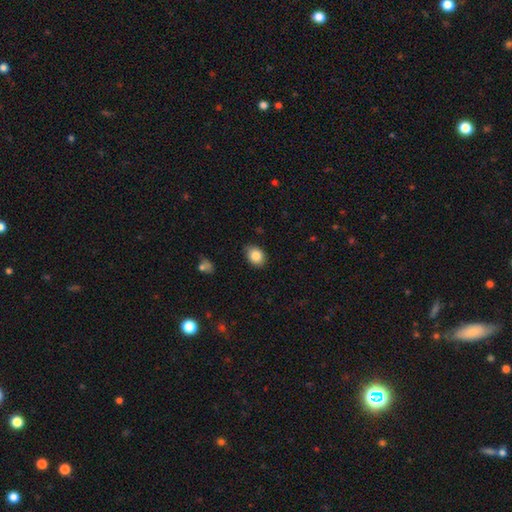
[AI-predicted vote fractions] This is clearly a smooth galaxy (86%). How rounded: likely in between (61%). Merging: likely none (78%).